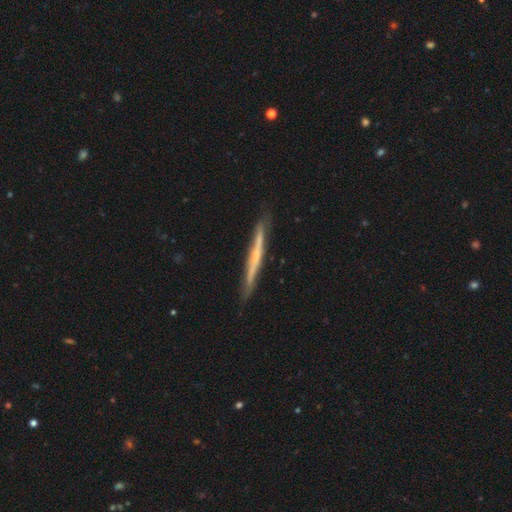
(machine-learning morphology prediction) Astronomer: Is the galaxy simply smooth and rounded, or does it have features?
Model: featured or disk — 66%.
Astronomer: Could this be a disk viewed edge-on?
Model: yes — 95%.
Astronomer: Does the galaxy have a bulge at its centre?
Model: none — 57% (runner-up: rounded, 36%).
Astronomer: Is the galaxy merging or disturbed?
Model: none — 83%.